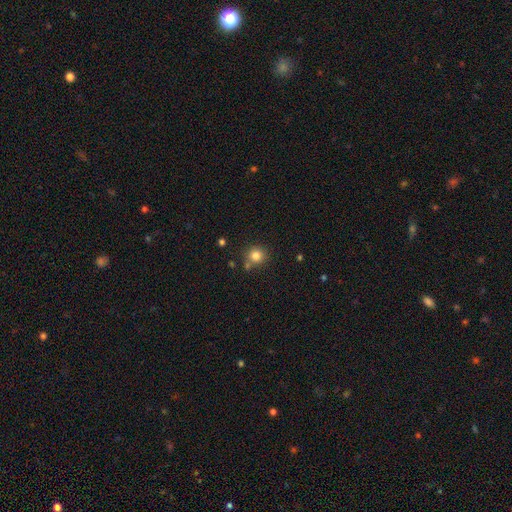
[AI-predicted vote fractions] Q: Smooth or featured?
A: smooth (82%); runner-up: star or artifact (12%)
Q: How rounded?
A: round (91%); runner-up: in between (8%)
Q: Merging?
A: none (73%); runner-up: merger (12%)